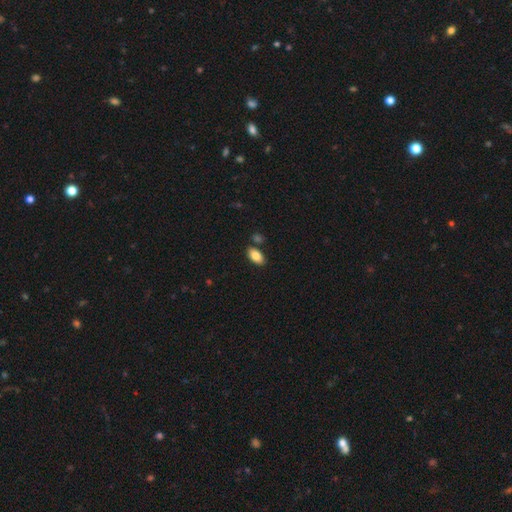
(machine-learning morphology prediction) Smooth or featured? smooth (84%)
How rounded? in between (93%)
Merging? none (81%)